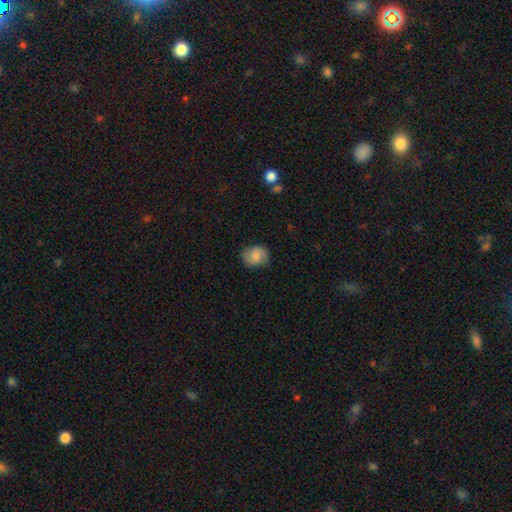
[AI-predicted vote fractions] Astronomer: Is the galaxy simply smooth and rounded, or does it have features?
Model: smooth — 78%.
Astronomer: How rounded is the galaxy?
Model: round — 56% (runner-up: in between, 43%).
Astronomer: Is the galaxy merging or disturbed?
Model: none — 75%.